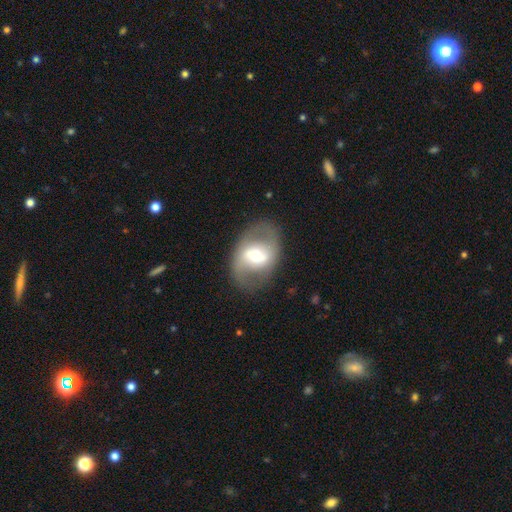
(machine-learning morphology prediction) smooth_or_featured: featured or disk (p=0.62) [alt: smooth p=0.31]
disk_edge_on: no (p=0.93) [alt: yes p=0.07]
bar: weak (p=0.35) [alt: strong p=0.33]
has_spiral_arms: yes (p=0.52) [alt: no p=0.48]
bulge_size: moderate (p=0.53) [alt: small p=0.31]
merging: none (p=0.76) [alt: minor disturbance p=0.13]